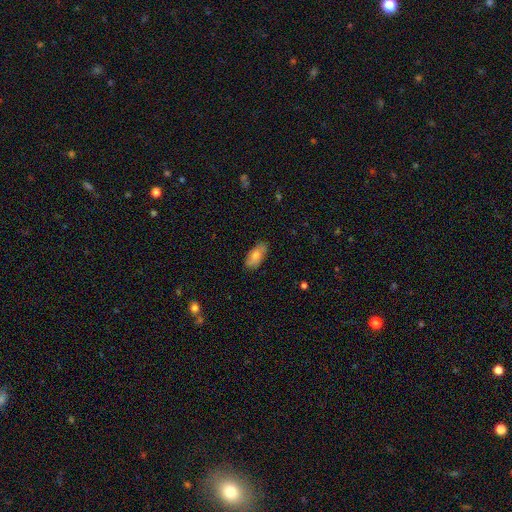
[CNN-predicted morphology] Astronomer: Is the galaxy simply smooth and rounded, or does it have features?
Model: smooth — 71%.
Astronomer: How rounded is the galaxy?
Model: in between — 89%.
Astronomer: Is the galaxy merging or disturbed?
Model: none — 82%.